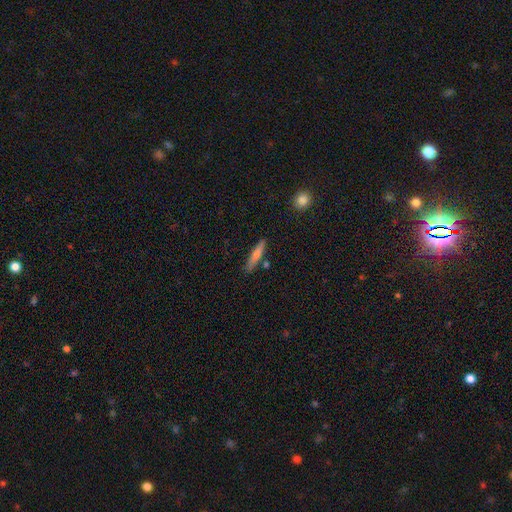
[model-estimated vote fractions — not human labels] Smooth or featured? Predicted: smooth (p=0.65). How rounded? Predicted: cigar-shaped (p=0.90). Merging? Predicted: none (p=0.83).